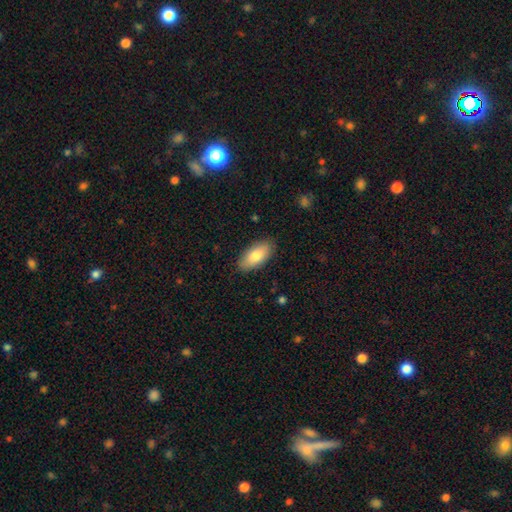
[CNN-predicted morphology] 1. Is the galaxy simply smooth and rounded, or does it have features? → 82% smooth, 12% featured or disk, 6% star or artifact.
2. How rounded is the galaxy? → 90% in between, 8% cigar-shaped, 2% round.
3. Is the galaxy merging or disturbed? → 87% none, 10% minor disturbance, 2% major disturbance, 1% merger.